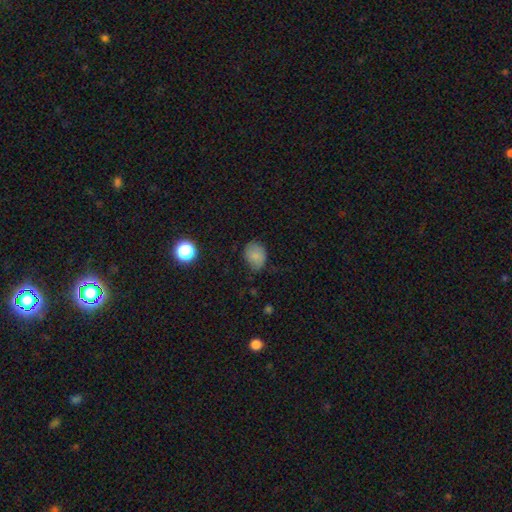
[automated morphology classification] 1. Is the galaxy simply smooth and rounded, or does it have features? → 80% smooth, 11% star or artifact, 9% featured or disk.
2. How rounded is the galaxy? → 57% in between, 42% round, 1% cigar-shaped.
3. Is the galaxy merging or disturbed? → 60% none, 31% minor disturbance, 7% major disturbance, 2% merger.